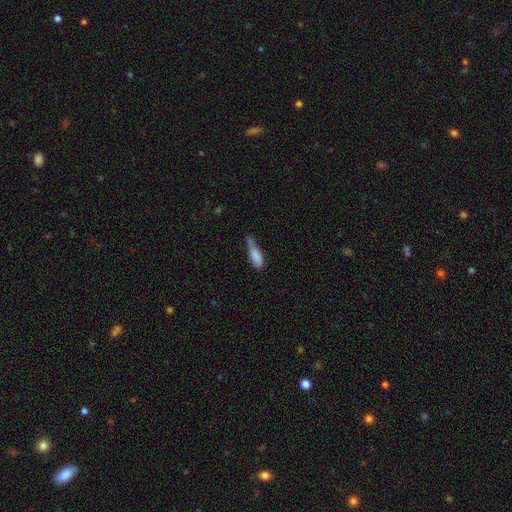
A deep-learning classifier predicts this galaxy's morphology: This is clearly a smooth galaxy (81%). How rounded: possibly in between (54%). Merging: marginally minor disturbance (40%).